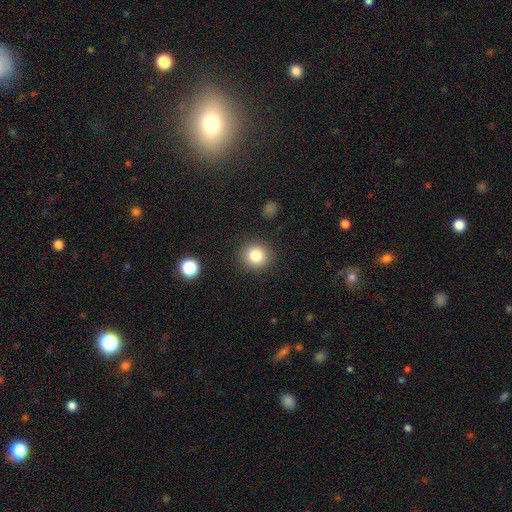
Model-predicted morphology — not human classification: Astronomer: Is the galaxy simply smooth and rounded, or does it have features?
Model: smooth — 81%.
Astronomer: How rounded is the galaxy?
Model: round — 91%.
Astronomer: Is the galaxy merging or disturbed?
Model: none — 90%.